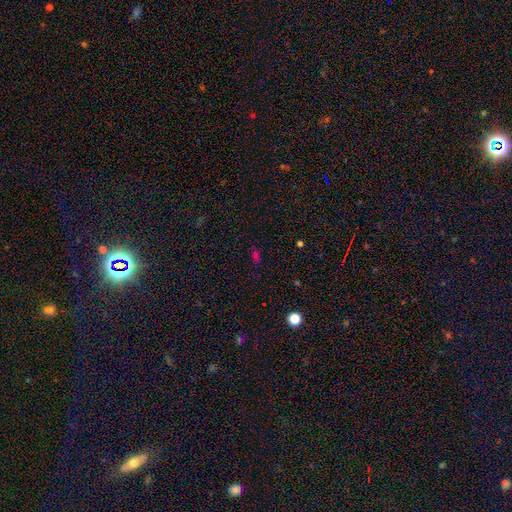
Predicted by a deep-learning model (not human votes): This is possibly a smooth galaxy (58%). How rounded: clearly in between (81%). Merging: likely none (78%).